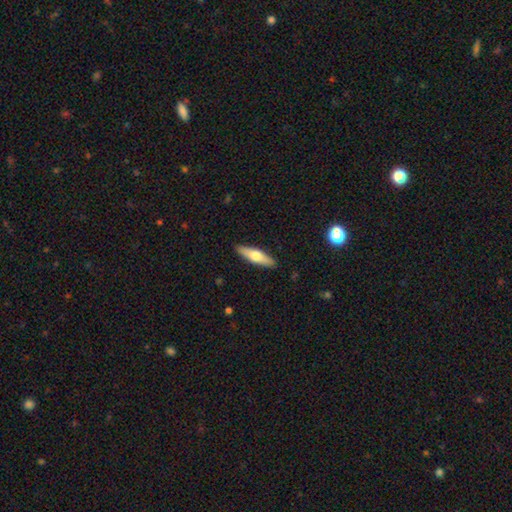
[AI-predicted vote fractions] Smooth or featured: smooth — 54% (featured or disk — 41%)
How rounded: cigar-shaped — 67% (in between — 31%)
Merging: none — 90% (minor disturbance — 7%)